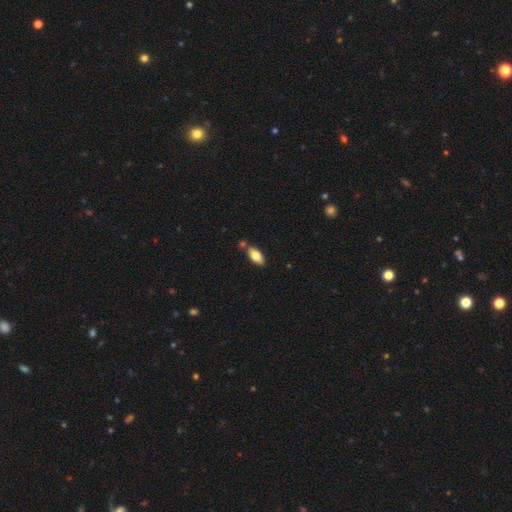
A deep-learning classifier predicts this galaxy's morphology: This appears to be a smooth galaxy with no disk features (78%) that is in between round and cigar-shaped (90%). Merging: none (71%).